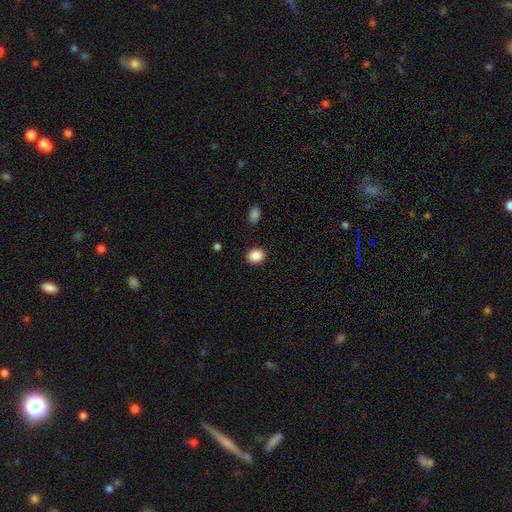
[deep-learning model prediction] Smooth or featured? smooth (88%)
How rounded? round (56%)
Merging? none (88%)